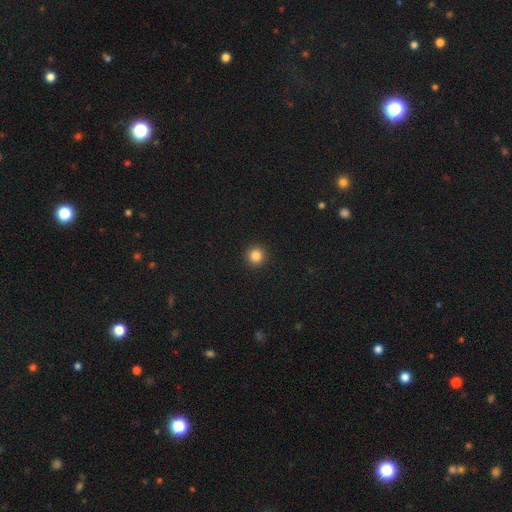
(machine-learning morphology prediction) Smooth or featured: smooth — 84% (star or artifact — 12%)
How rounded: round — 96% (in between — 3%)
Merging: none — 94% (minor disturbance — 4%)